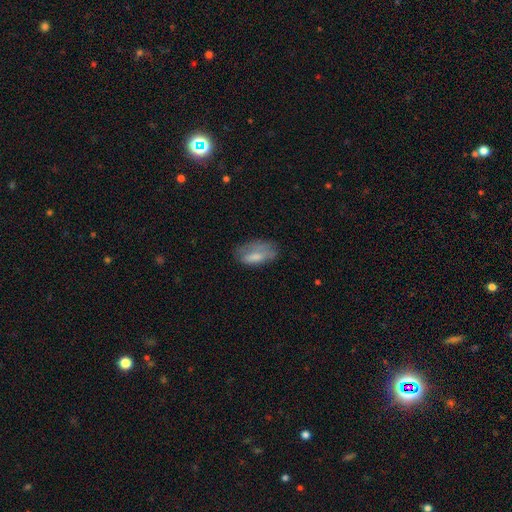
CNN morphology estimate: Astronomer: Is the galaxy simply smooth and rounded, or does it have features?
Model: smooth — 70%.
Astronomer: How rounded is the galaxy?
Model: in between — 89%.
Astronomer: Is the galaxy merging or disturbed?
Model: none — 48% (runner-up: minor disturbance, 32%).